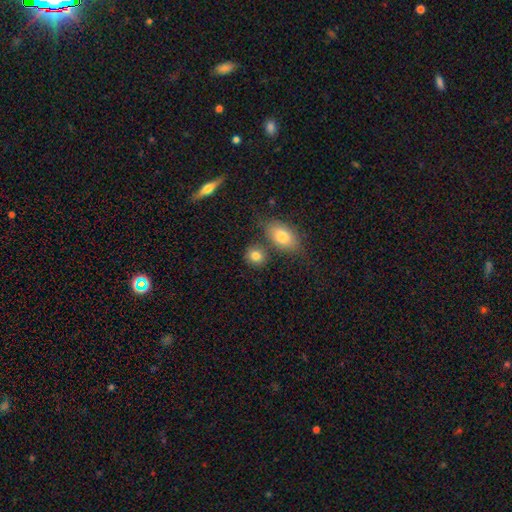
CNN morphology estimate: smooth_or_featured: smooth (p=0.82) [alt: star or artifact p=0.09]
how_rounded: round (p=0.68) [alt: in between p=0.30]
merging: none (p=0.71) [alt: merger p=0.15]